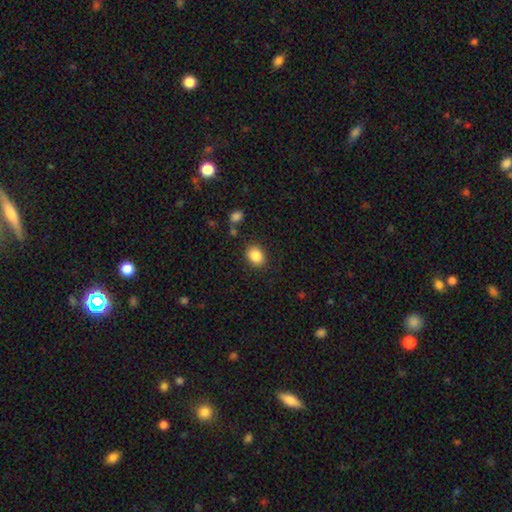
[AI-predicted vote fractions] A smooth galaxy with no disk features (86%) that is in between round and cigar-shaped (56%).

Vote fractions:
- Smooth or featured? smooth: 86% / star or artifact: 9% / featured or disk: 5%
- How rounded? in between: 56% / round: 43% / cigar-shaped: 1%
- Merging? none: 85% / minor disturbance: 10% / major disturbance: 3% / merger: 2%